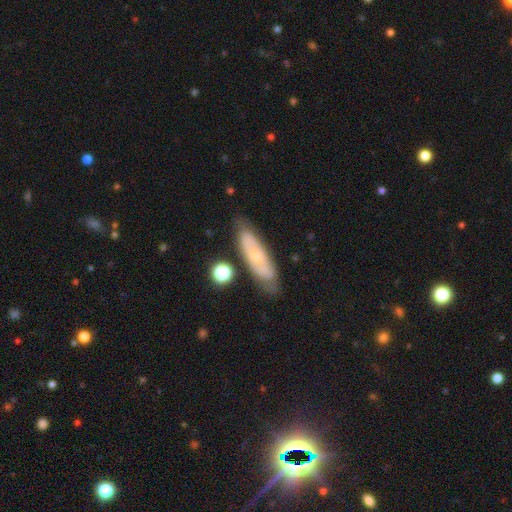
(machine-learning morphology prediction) A featured or disk galaxy (58%).

Vote fractions:
- Smooth or featured? featured or disk: 58% / smooth: 35% / star or artifact: 7%
- Edge-on disk? no: 75% / yes: 25%
- Merging? none: 75% / minor disturbance: 17% / major disturbance: 4% / merger: 3%